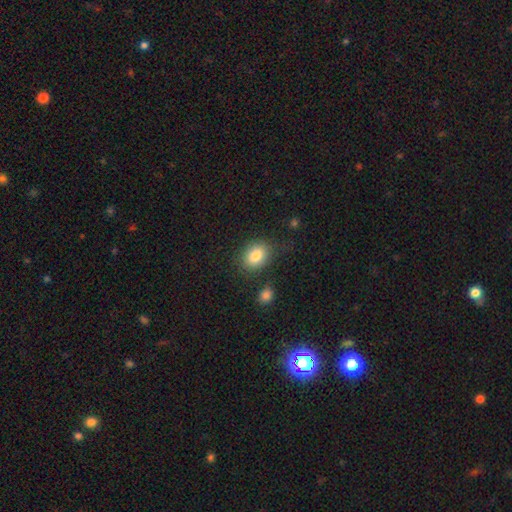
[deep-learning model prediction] smooth_or_featured: smooth (p=0.83) [alt: star or artifact p=0.09]
how_rounded: in between (p=0.67) [alt: round p=0.32]
merging: none (p=0.76) [alt: minor disturbance p=0.14]